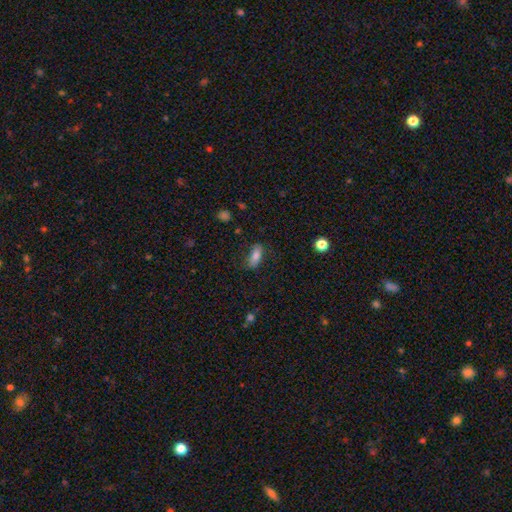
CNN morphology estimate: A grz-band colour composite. It shows a smooth galaxy with no disk features (79%) that is in between round and cigar-shaped (75%). Merging: none (72%).